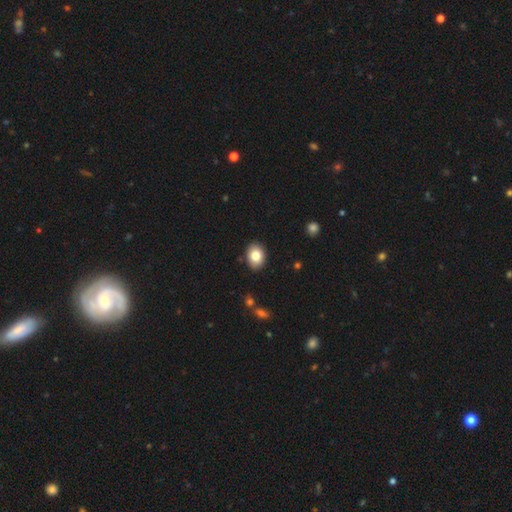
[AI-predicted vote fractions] The model was most divided on "how rounded": in between: 68%, round: 31%, cigar-shaped: 1%. More confident: merging — none (89%); smooth or featured — smooth (81%).